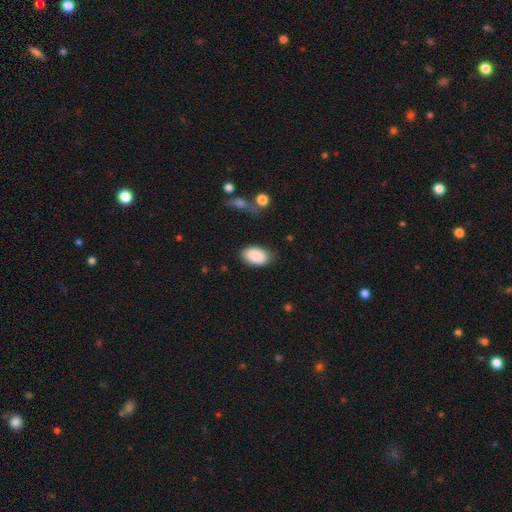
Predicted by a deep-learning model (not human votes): smooth_or_featured: smooth (p=0.89) [alt: star or artifact p=0.06]
how_rounded: in between (p=0.93) [alt: round p=0.06]
merging: none (p=0.80) [alt: minor disturbance p=0.14]